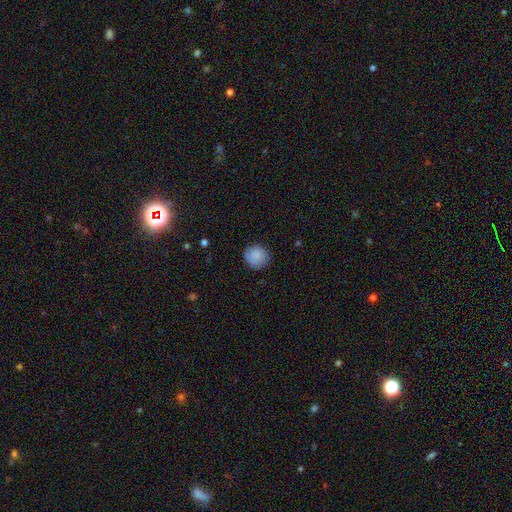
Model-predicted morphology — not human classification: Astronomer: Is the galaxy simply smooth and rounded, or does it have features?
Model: smooth — 82%.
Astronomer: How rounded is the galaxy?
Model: round — 88%.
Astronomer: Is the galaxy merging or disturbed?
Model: none — 80%.